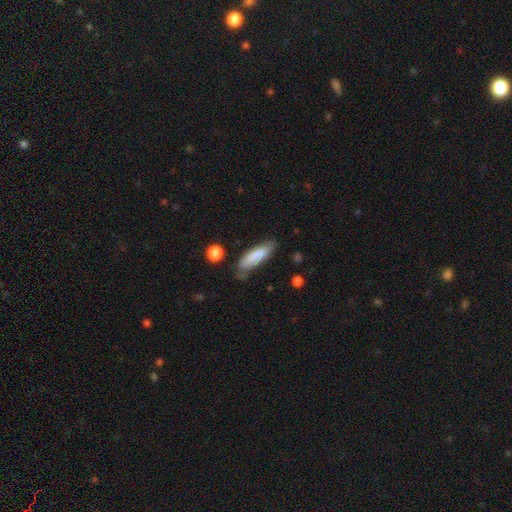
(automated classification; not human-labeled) Smooth or featured? smooth (83%)
How rounded? cigar-shaped (55%)
Merging? none (63%)